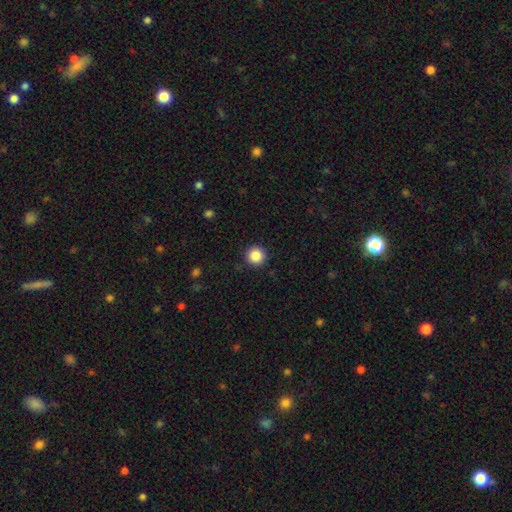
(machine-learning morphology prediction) This appears to be a smooth galaxy with no disk features (87%) that is round (96%). Merging: none (92%).